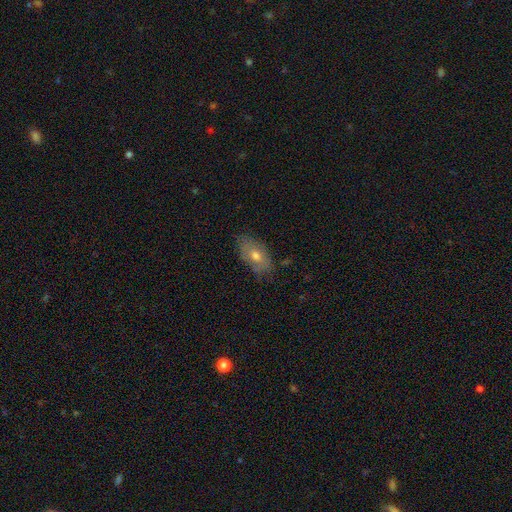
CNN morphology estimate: Smooth or featured?
  - smooth: 61% *
  - featured or disk: 30%
  - star or artifact: 9%
How rounded?
  - in between: 89% *
  - round: 7%
  - cigar-shaped: 4%
Merging?
  - none: 76% *
  - minor disturbance: 19%
  - major disturbance: 4%
  - merger: 1%